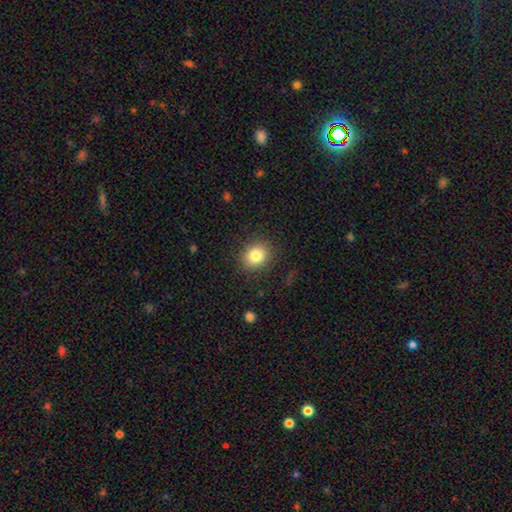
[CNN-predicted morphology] smooth-or-featured: smooth: 82% | star or artifact: 11% | featured or disk: 7%
  how-rounded: round: 71% | in between: 29% | cigar-shaped: 1%
  merging: none: 87% | minor disturbance: 8% | major disturbance: 3% | merger: 1%